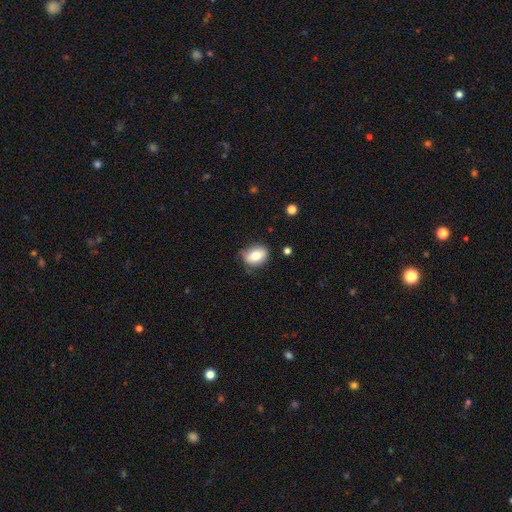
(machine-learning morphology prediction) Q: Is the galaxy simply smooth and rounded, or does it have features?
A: smooth — 77%.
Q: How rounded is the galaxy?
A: in between — 70%.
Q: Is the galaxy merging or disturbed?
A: none — 65%.